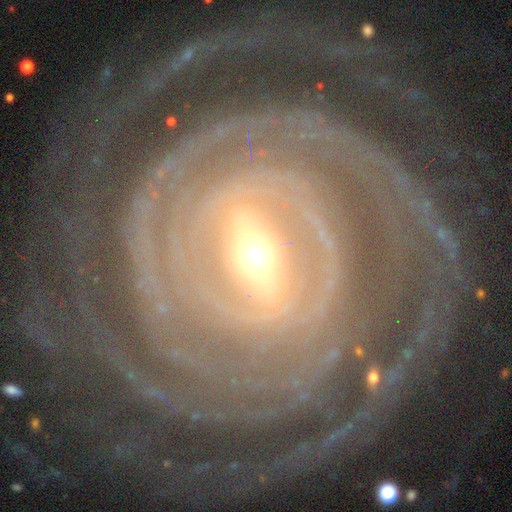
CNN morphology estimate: This appears to be a featured or disk galaxy (91%) with a strong bar (53%), tight (79%) spiral arms (97%) and a small central bulge (54%). Merging: none (72%).